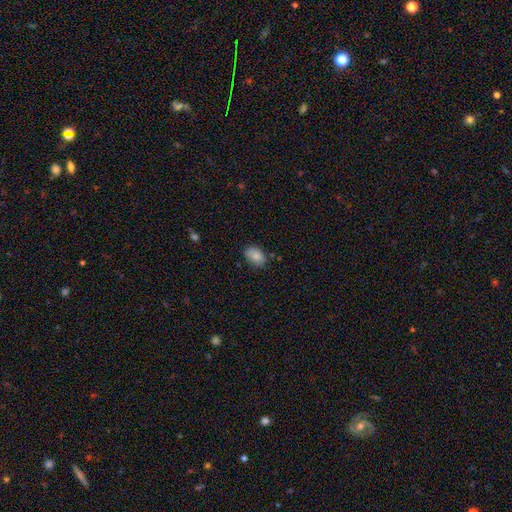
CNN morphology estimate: Smooth or featured? Predicted: smooth (p=0.81). How rounded? Predicted: in between (p=0.82). Merging? Predicted: none (p=0.75).